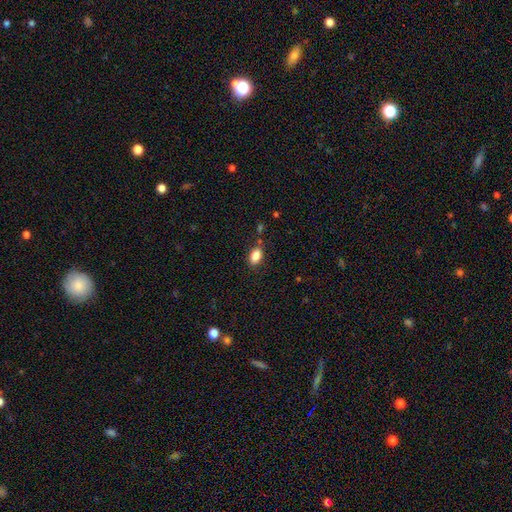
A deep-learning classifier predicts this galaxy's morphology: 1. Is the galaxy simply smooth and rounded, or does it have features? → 86% smooth, 9% star or artifact, 5% featured or disk.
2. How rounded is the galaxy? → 88% in between, 10% round, 2% cigar-shaped.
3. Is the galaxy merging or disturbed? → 79% none, 14% minor disturbance, 4% merger, 3% major disturbance.